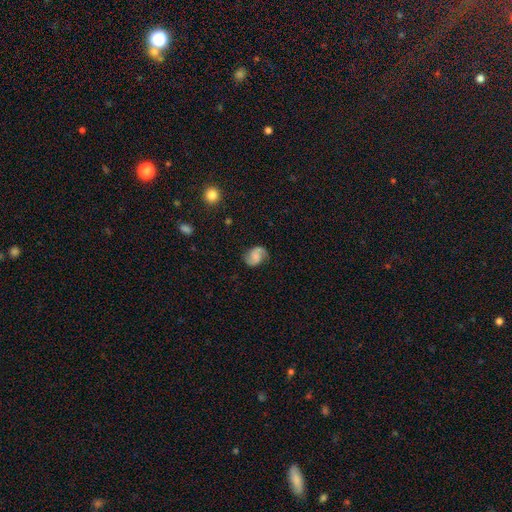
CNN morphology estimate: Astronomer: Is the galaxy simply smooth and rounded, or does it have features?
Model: featured or disk — 72%.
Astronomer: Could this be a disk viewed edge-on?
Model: no — 98%.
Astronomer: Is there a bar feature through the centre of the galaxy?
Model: no — 58% (runner-up: weak, 35%).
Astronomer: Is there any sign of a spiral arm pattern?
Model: yes — 96%.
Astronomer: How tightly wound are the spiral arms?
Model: medium — 47% (runner-up: loose, 35%).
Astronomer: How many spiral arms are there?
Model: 2 — 89%.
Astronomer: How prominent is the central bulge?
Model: none — 44% (runner-up: small, 29%).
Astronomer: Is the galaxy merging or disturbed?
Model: none — 75%.